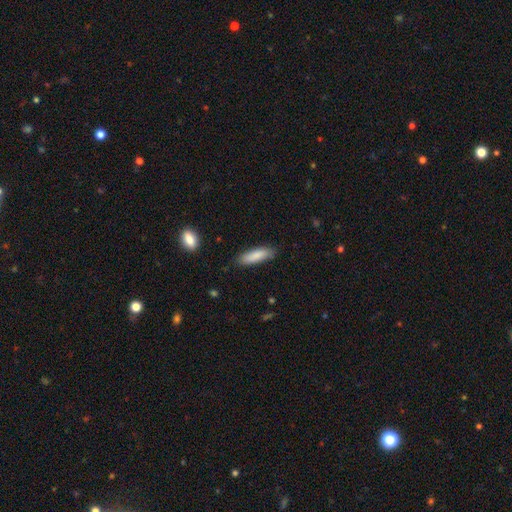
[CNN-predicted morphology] smooth 86%, featured or disk 9%, star or artifact 6%. Down the decision tree: how rounded — cigar-shaped (59%); merging — none (84%).